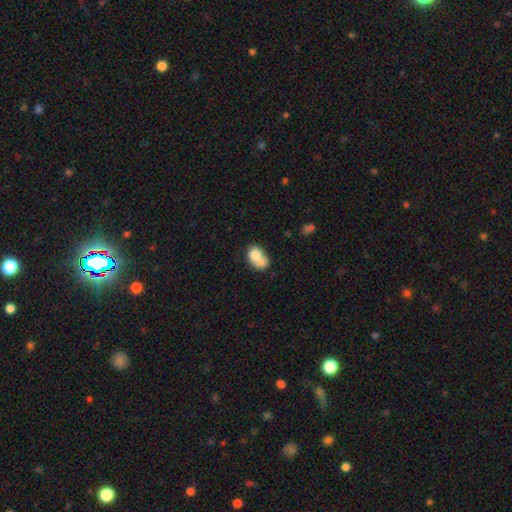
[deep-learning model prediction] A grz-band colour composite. It shows a smooth galaxy with no disk features (74%) that is in between round and cigar-shaped (71%). Merging: merger (43%).